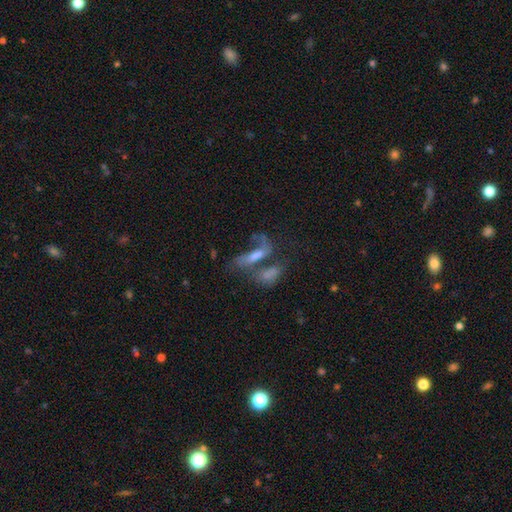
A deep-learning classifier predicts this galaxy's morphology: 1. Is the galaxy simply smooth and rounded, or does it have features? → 48% featured or disk, 37% smooth, 15% star or artifact.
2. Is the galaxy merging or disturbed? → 54% merger, 21% none, 16% major disturbance, 9% minor disturbance.